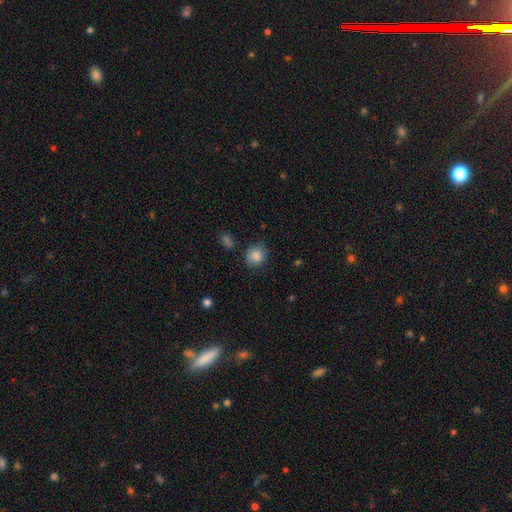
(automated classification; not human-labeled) smooth_or_featured: smooth (p=0.85) [alt: star or artifact p=0.09]
how_rounded: round (p=0.69) [alt: in between p=0.30]
merging: none (p=0.74) [alt: minor disturbance p=0.19]